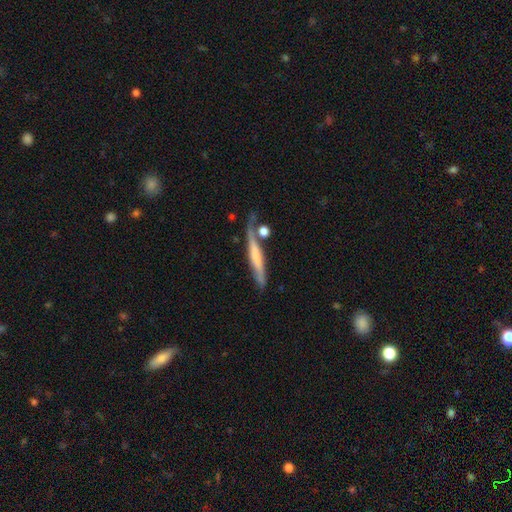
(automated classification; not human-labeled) Q: Smooth or featured?
A: featured or disk (49%); runner-up: smooth (44%)
Q: Merging?
A: none (58%); runner-up: minor disturbance (20%)